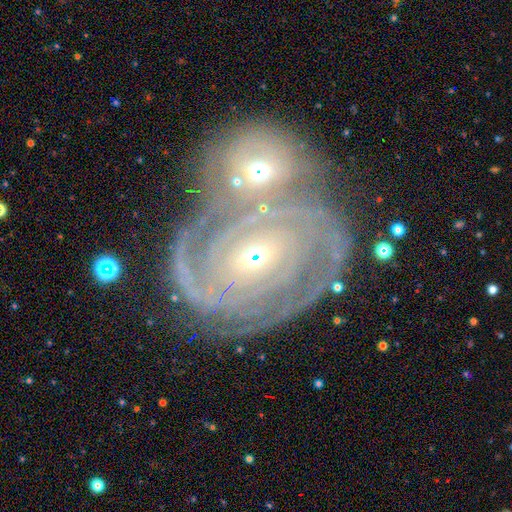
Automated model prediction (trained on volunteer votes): Smooth or featured: featured or disk — 88% (smooth — 6%)
Edge-on disk: no — 97% (yes — 3%)
Bar: weak — 42% (no — 39%)
Spiral arms: yes — 97% (no — 3%)
Spiral winding: tight — 80% (medium — 17%)
Spiral arm count: can't tell — 29% (2 — 28%)
Bulge size: moderate — 49% (small — 46%)
Merging: merger — 46% (none — 38%)